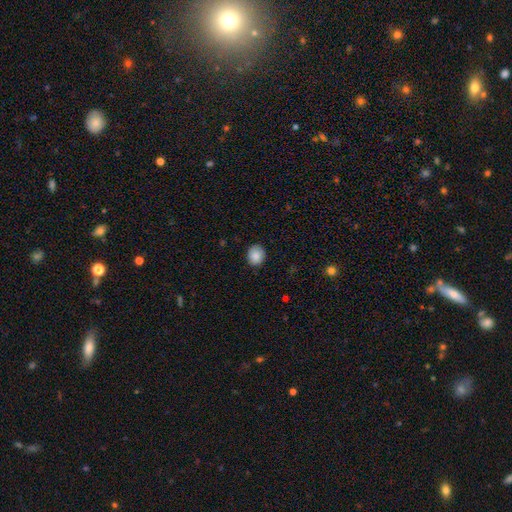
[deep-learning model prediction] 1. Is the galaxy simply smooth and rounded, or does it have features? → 87% smooth, 8% star or artifact, 5% featured or disk.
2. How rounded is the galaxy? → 69% round, 30% in between, 1% cigar-shaped.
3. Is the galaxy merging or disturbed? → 86% none, 11% minor disturbance, 2% major disturbance, 1% merger.